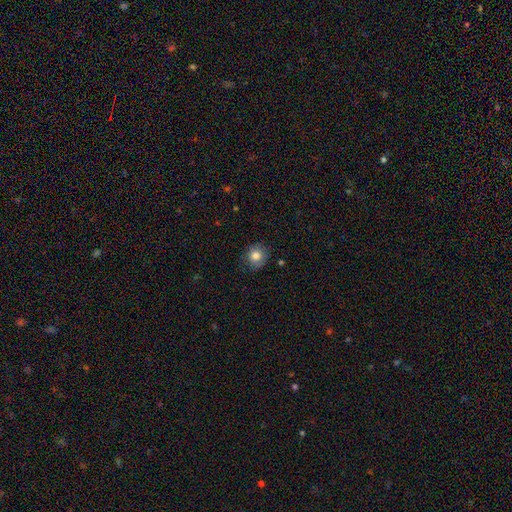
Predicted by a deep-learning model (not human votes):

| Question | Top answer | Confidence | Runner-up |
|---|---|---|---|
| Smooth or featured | smooth | 81% | featured or disk (10%) |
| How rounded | round | 84% | in between (15%) |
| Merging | none | 82% | minor disturbance (14%) |